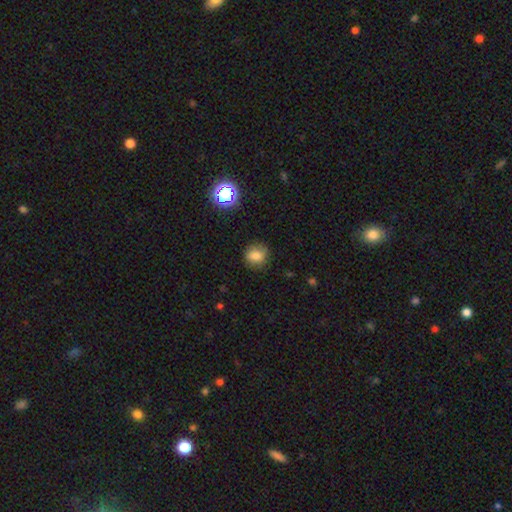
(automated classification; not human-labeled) Overall: smooth (77%). How rounded: round (72%). Merging: none (80%).